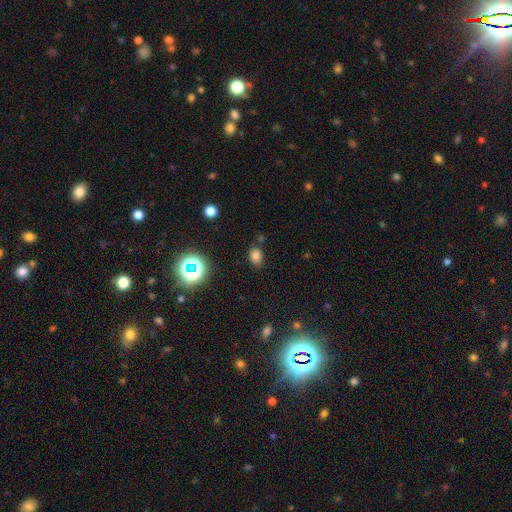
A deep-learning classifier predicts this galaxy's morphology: Overall: smooth (74%). How rounded: in between (58%; round 41%). Merging: none (78%).